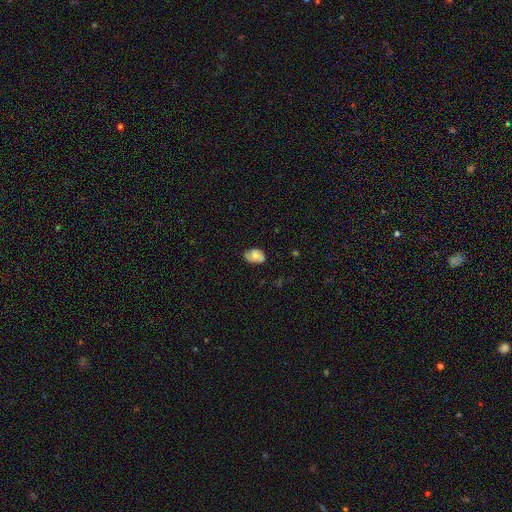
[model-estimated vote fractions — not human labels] Q: Smooth or featured?
A: smooth (55%); runner-up: featured or disk (36%)
Q: How rounded?
A: in between (77%); runner-up: round (22%)
Q: Merging?
A: none (67%); runner-up: minor disturbance (25%)